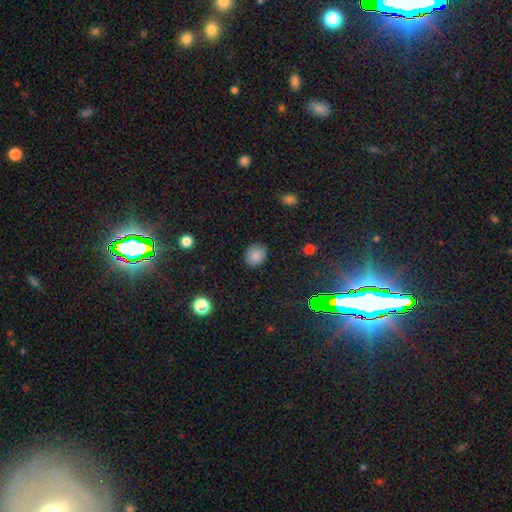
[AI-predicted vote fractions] Overall: smooth (85%). How rounded: round (60%; in between 40%). Merging: none (86%).